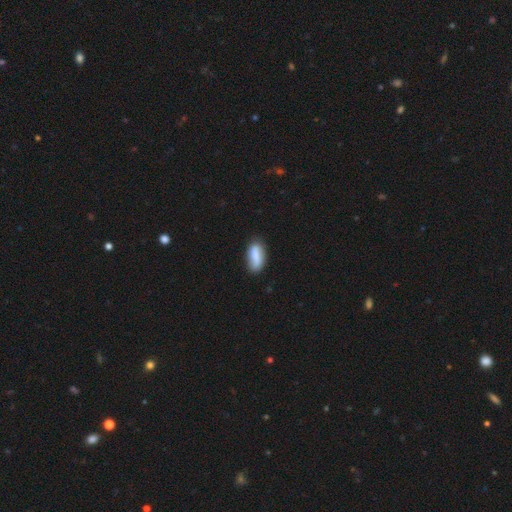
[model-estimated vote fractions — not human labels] Smooth or featured?
  - smooth: 80% *
  - featured or disk: 14%
  - star or artifact: 6%
How rounded?
  - in between: 84% *
  - cigar-shaped: 13%
  - round: 3%
Merging?
  - none: 76% *
  - minor disturbance: 18%
  - major disturbance: 4%
  - merger: 2%